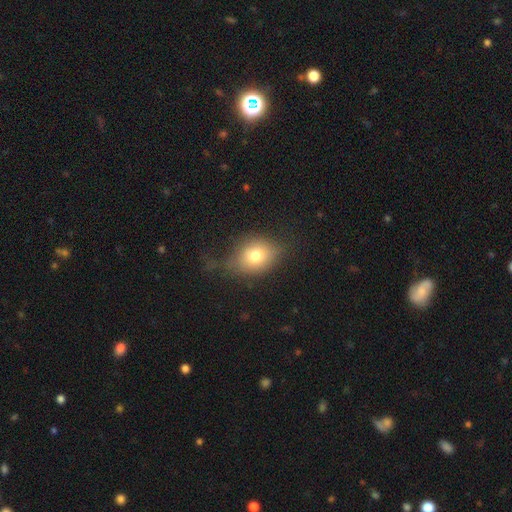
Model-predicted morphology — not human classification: Smooth or featured?
  - smooth: 73% *
  - featured or disk: 16%
  - star or artifact: 11%
How rounded?
  - in between: 56% *
  - round: 42%
  - cigar-shaped: 2%
Merging?
  - none: 52% *
  - minor disturbance: 30%
  - major disturbance: 17%
  - merger: 2%